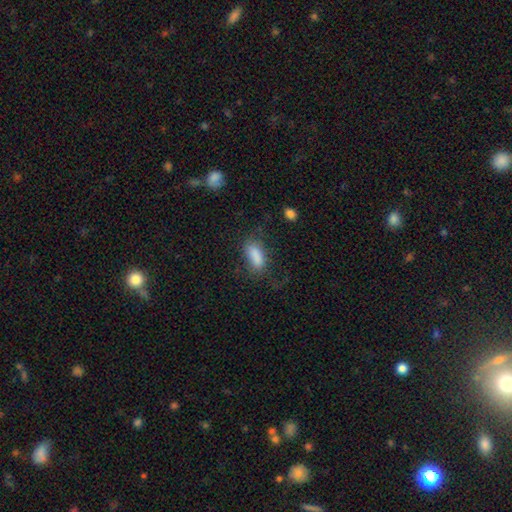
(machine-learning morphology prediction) Smooth or featured: smooth — 83% (star or artifact — 8%)
How rounded: in between — 85% (cigar-shaped — 12%)
Merging: none — 57% (minor disturbance — 24%)